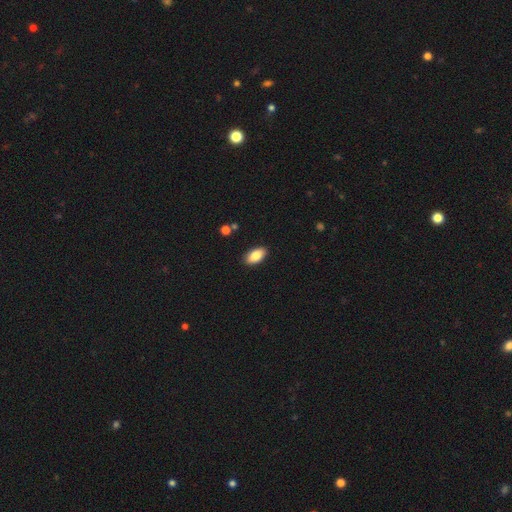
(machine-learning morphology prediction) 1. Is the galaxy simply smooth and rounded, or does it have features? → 84% smooth, 9% featured or disk, 7% star or artifact.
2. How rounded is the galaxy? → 93% in between, 4% cigar-shaped, 3% round.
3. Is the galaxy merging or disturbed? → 89% none, 8% minor disturbance, 2% major disturbance, 1% merger.